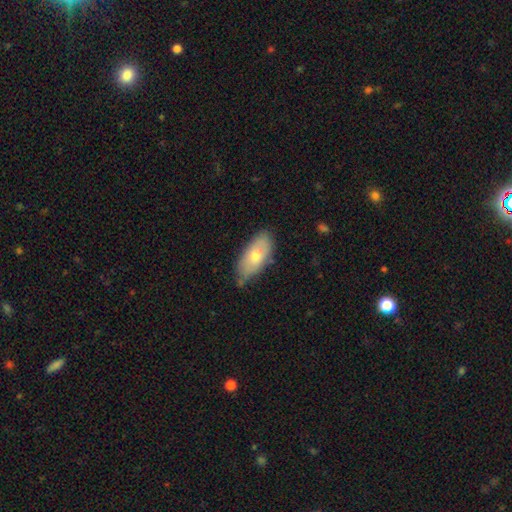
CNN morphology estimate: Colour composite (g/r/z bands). It shows a smooth galaxy with no disk features (66%) that is in between round and cigar-shaped (90%). Merging: none (70%).